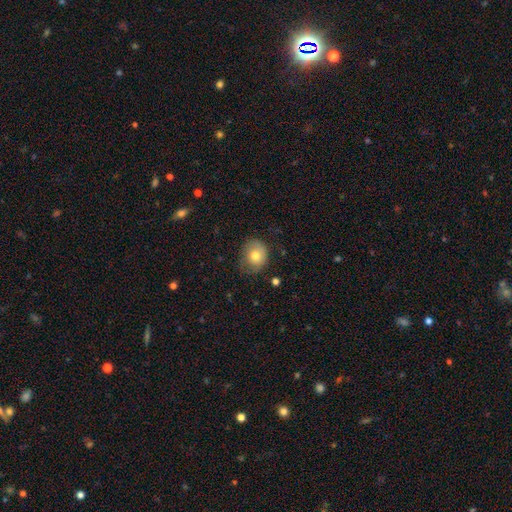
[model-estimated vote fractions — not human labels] The model was most divided on "how rounded": round: 64%, in between: 36%, cigar-shaped: 1%. More confident: smooth or featured — smooth (74%); merging — none (62%).